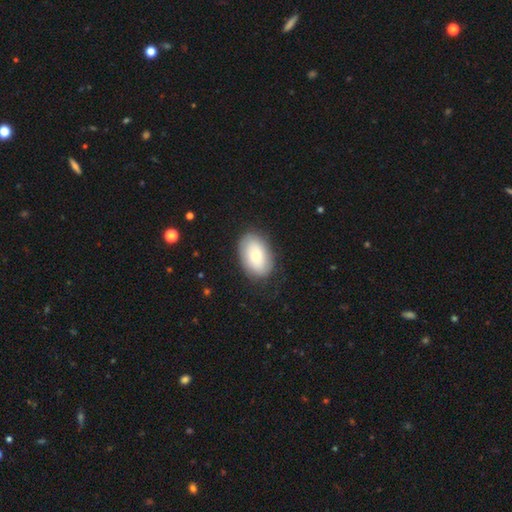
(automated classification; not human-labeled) Smooth or featured? Predicted: smooth (p=0.69). How rounded? Predicted: in between (p=0.88). Merging? Predicted: none (p=0.83).